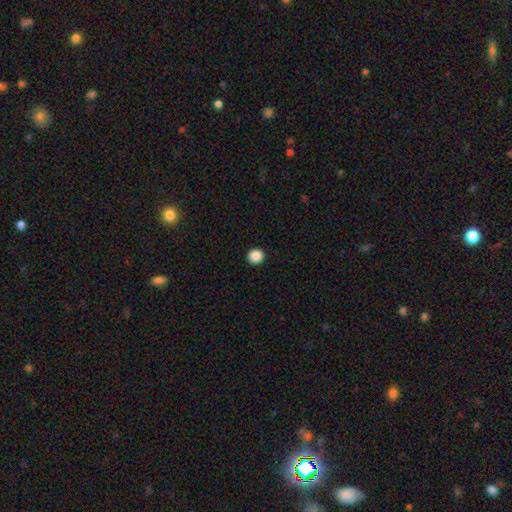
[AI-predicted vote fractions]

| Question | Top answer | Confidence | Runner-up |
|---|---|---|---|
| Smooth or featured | smooth | 88% | star or artifact (9%) |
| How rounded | round | 94% | in between (5%) |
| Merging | none | 94% | minor disturbance (4%) |